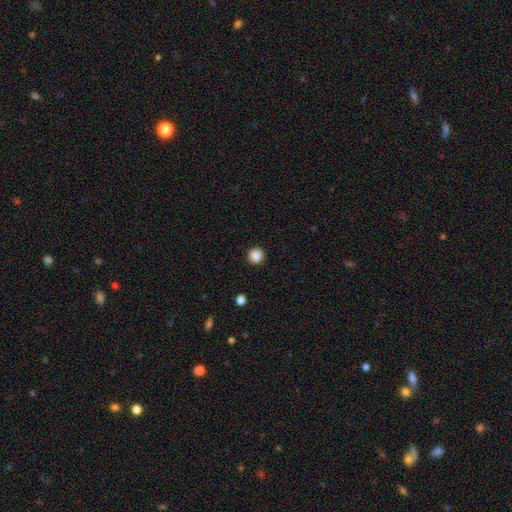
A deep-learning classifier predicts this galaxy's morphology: Smooth or featured? Predicted: smooth (p=0.87). How rounded? Predicted: round (p=0.94). Merging? Predicted: none (p=0.91).